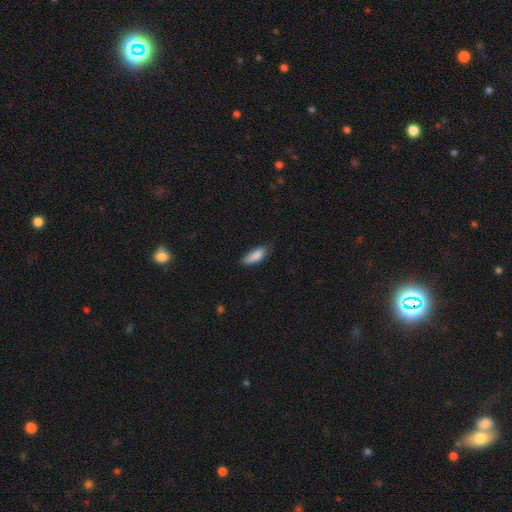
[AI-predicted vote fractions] Smooth or featured? Predicted: smooth (p=0.86). How rounded? Predicted: in between (p=0.67). Merging? Predicted: none (p=0.67).